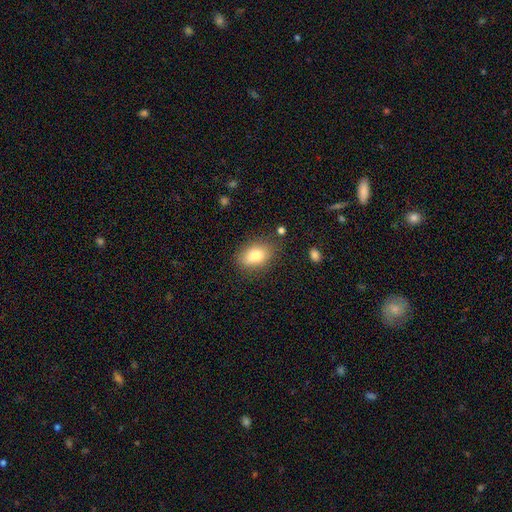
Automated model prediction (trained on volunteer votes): A smooth galaxy with no disk features (80%) that is in between round and cigar-shaped (83%).

Vote fractions:
- Smooth or featured? smooth: 80% / featured or disk: 12% / star or artifact: 8%
- How rounded? in between: 83% / round: 14% / cigar-shaped: 2%
- Merging? none: 79% / minor disturbance: 14% / major disturbance: 4% / merger: 2%